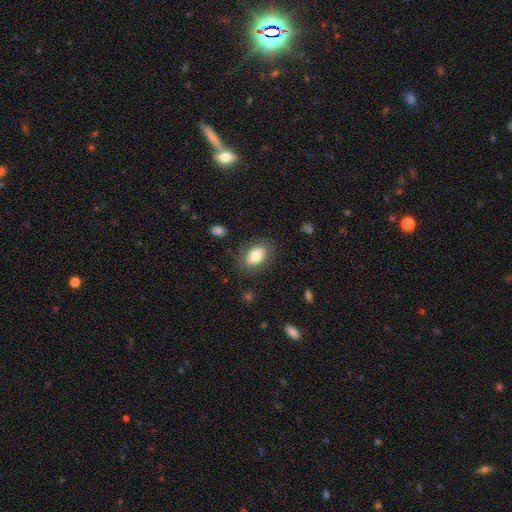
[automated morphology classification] This is likely a smooth galaxy (76%). How rounded: clearly in between (85%). Merging: clearly none (81%).